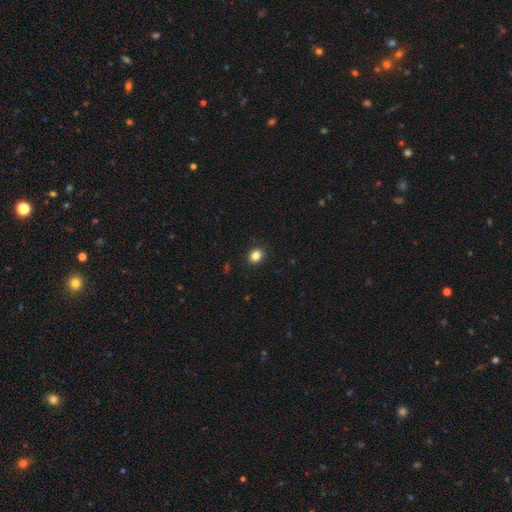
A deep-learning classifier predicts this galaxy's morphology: This appears to be a smooth galaxy with no disk features (85%) that is round (53%). Merging: none (90%).